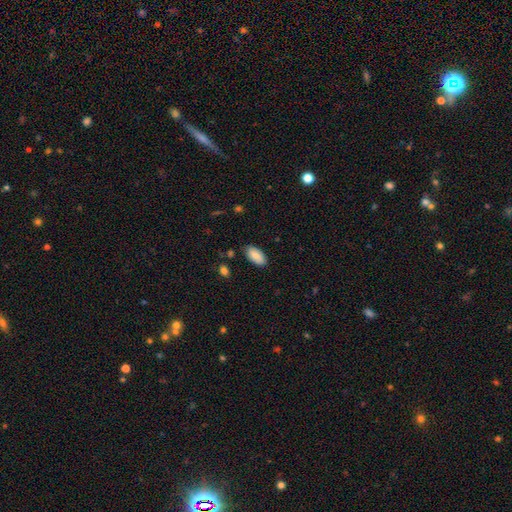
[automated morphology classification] type=smooth (85%); roundness=in between (94%); merging=none (84%).